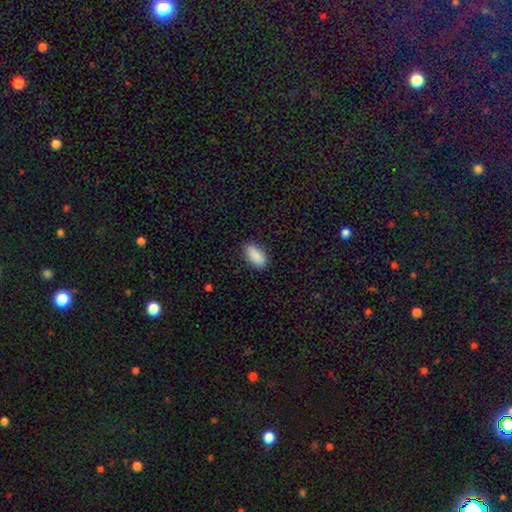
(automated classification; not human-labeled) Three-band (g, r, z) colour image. It shows a smooth galaxy with no disk features (90%) that is in between round and cigar-shaped (88%). Merging: none (87%).